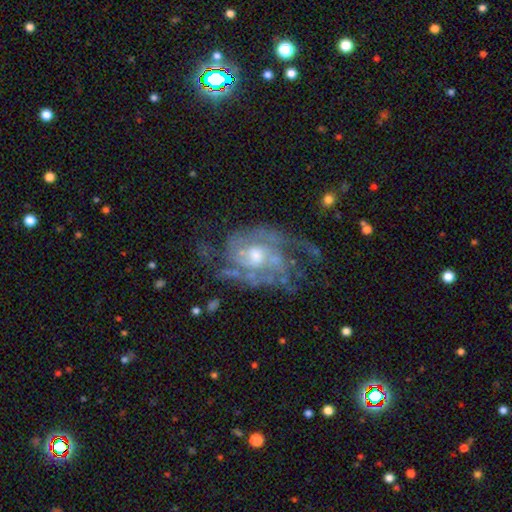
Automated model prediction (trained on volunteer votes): Smooth or featured?
  - featured or disk: 87% *
  - smooth: 7%
  - star or artifact: 6%
Edge-on disk?
  - no: 97% *
  - yes: 3%
Bar?
  - no: 65% *
  - weak: 29%
  - strong: 6%
Spiral arms?
  - yes: 92% *
  - no: 8%
Spiral winding?
  - medium: 46% *
  - tight: 39%
  - loose: 15%
Spiral arm count?
  - 2: 44% *
  - can't tell: 23%
  - 3: 18%
  - 4: 6%
  - 1: 5%
  - more than 4: 5%
Bulge size?
  - moderate: 63% *
  - small: 27%
  - large: 7%
  - none: 3%
  - dominant: 1%
Merging?
  - none: 54% *
  - minor disturbance: 22%
  - major disturbance: 21%
  - merger: 3%